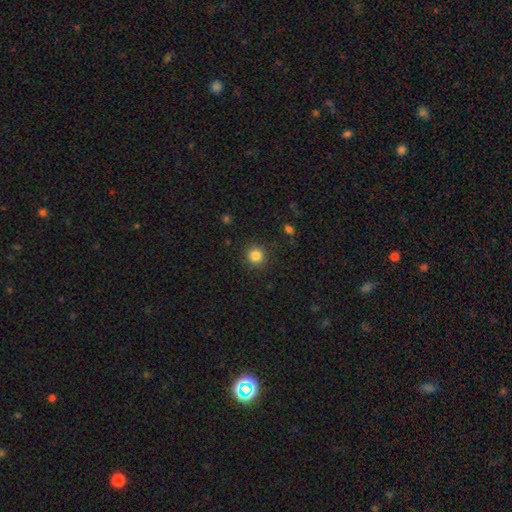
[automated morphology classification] Smooth or featured? smooth (84%)
How rounded? round (93%)
Merging? none (89%)